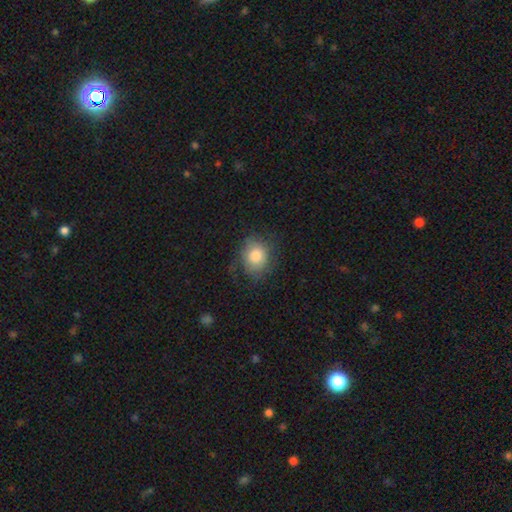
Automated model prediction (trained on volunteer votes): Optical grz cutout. It shows a smooth galaxy with no disk features (76%) that is round (63%). Merging: none (64%).